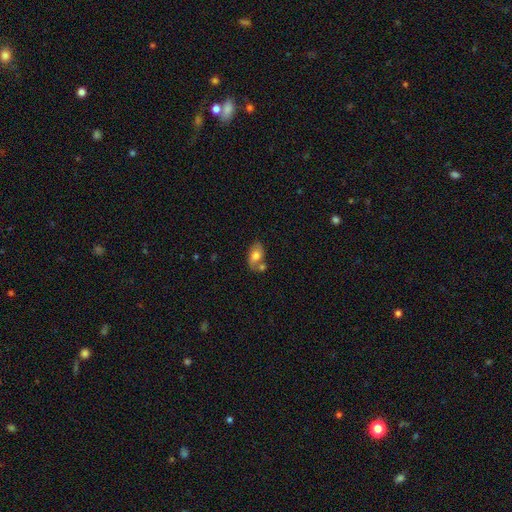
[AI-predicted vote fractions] smooth_or_featured: smooth (p=0.69) [alt: featured or disk p=0.23]
how_rounded: in between (p=0.87) [alt: round p=0.11]
merging: none (p=0.50) [alt: merger p=0.26]